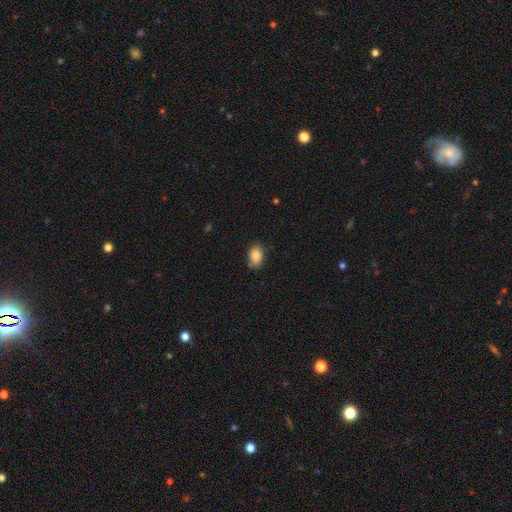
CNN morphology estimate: type=smooth (86%); roundness=in between (81%); merging=none (75%).